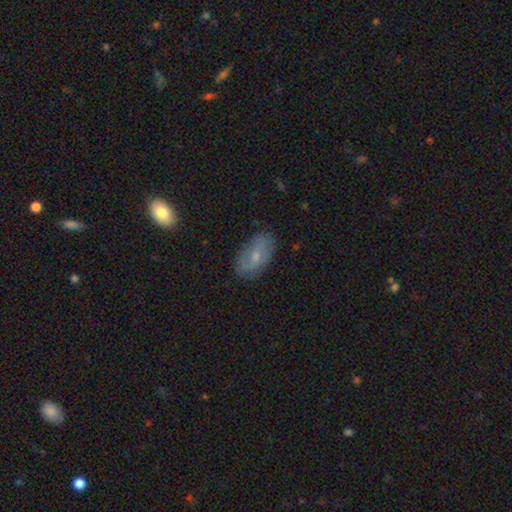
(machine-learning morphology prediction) A smooth galaxy with no disk features (53%) that is in between round and cigar-shaped (92%).

Vote fractions:
- Smooth or featured? smooth: 53% / featured or disk: 39% / star or artifact: 8%
- How rounded? in between: 92% / round: 4% / cigar-shaped: 4%
- Merging? none: 78% / minor disturbance: 17% / major disturbance: 4% / merger: 1%